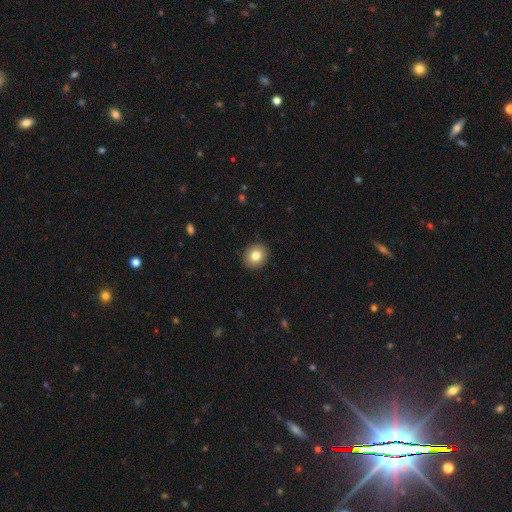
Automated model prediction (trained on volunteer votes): smooth-or-featured: smooth: 82% | star or artifact: 9% | featured or disk: 9%
  how-rounded: round: 72% | in between: 27% | cigar-shaped: 1%
  merging: none: 91% | minor disturbance: 6% | major disturbance: 2% | merger: 1%